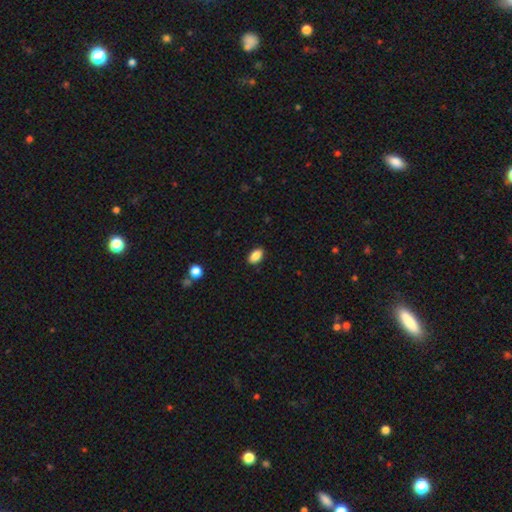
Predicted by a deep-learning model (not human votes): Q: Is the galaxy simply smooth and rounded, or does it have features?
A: smooth — 86%.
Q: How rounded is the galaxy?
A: in between — 90%.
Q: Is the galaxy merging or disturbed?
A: none — 88%.